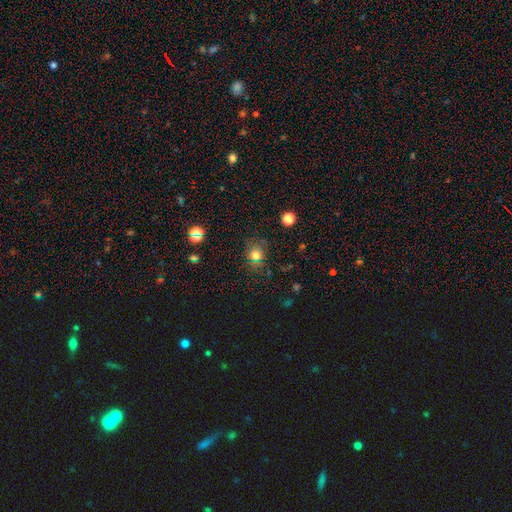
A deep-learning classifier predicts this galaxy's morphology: A smooth galaxy with no disk features (70%) that is round (72%).

Vote fractions:
- Smooth or featured? smooth: 70% / star or artifact: 22% / featured or disk: 8%
- How rounded? round: 72% / in between: 27% / cigar-shaped: 1%
- Merging? none: 79% / minor disturbance: 14% / major disturbance: 5% / merger: 3%